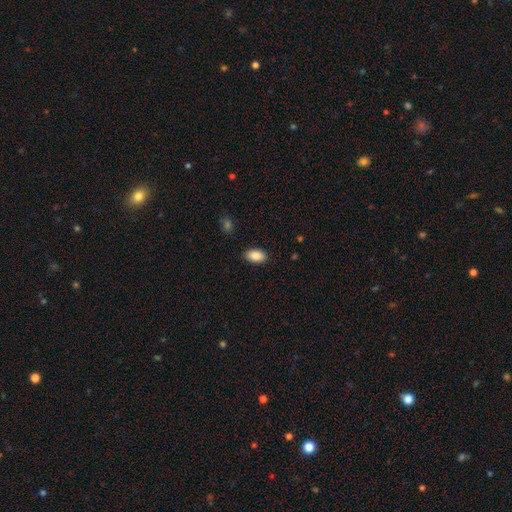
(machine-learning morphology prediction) smooth-or-featured: smooth: 89% | star or artifact: 7% | featured or disk: 4%
  how-rounded: in between: 93% | round: 5% | cigar-shaped: 2%
  merging: none: 88% | minor disturbance: 9% | major disturbance: 2% | merger: 1%